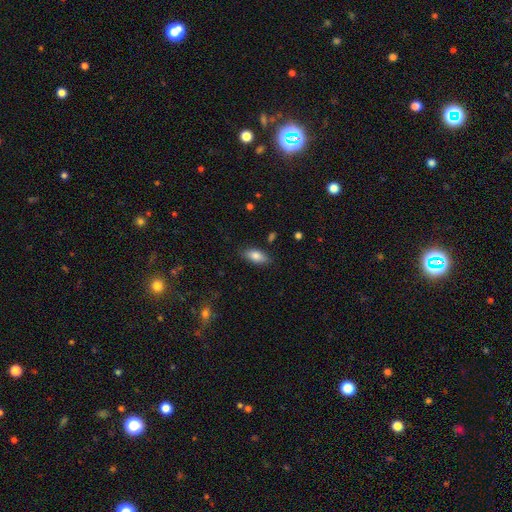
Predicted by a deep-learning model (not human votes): A smooth galaxy with no disk features (83%) that is in between round and cigar-shaped (88%).

Vote fractions:
- Smooth or featured? smooth: 83% / featured or disk: 10% / star or artifact: 7%
- How rounded? in between: 88% / cigar-shaped: 9% / round: 3%
- Merging? none: 82% / minor disturbance: 14% / major disturbance: 3% / merger: 2%